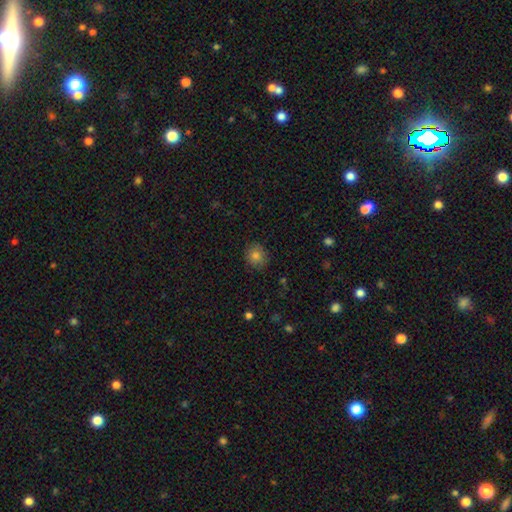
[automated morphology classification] Overall: smooth (81%). How rounded: round (81%). Merging: none (87%).